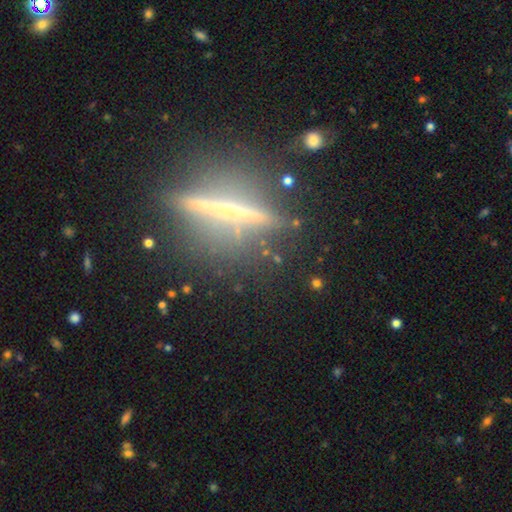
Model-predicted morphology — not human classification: Overall: featured or disk (75%). Edge-on disk: yes (91%). Edge-on bulge: none (74%). Merging: none (84%).